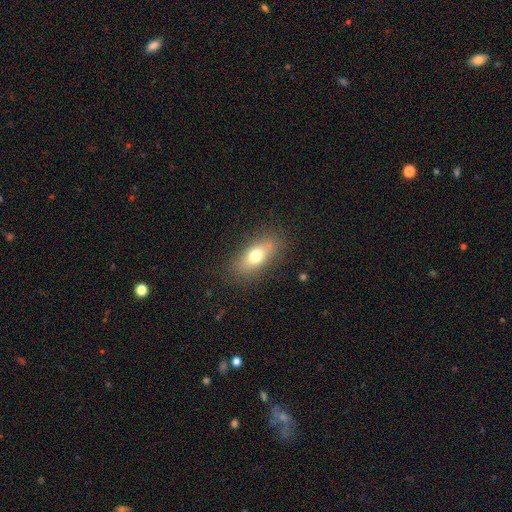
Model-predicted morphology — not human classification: The model was most divided on "smooth or featured": smooth: 70%, featured or disk: 22%, star or artifact: 9%. More confident: merging — none (83%); how rounded — in between (76%).